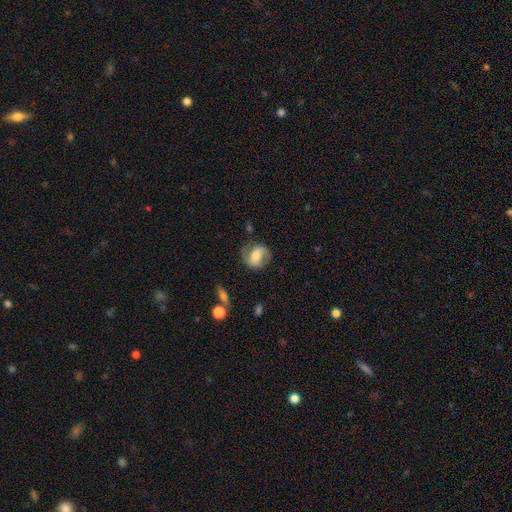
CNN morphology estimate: Q: Smooth or featured?
A: featured or disk (49%); runner-up: smooth (43%)
Q: Merging?
A: none (67%); runner-up: minor disturbance (21%)